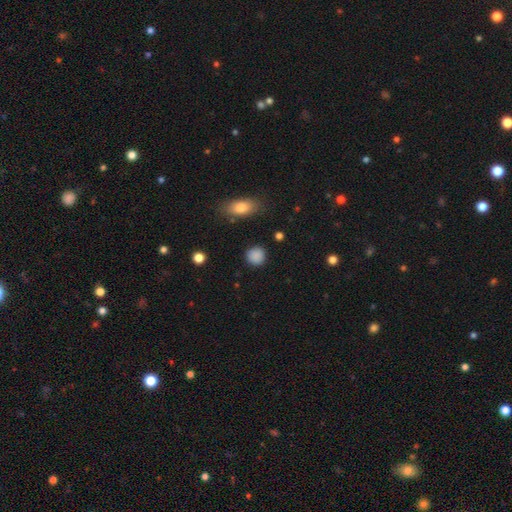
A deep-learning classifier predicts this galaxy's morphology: Smooth or featured: smooth — 87% (star or artifact — 10%)
How rounded: round — 88% (in between — 11%)
Merging: none — 87% (minor disturbance — 9%)